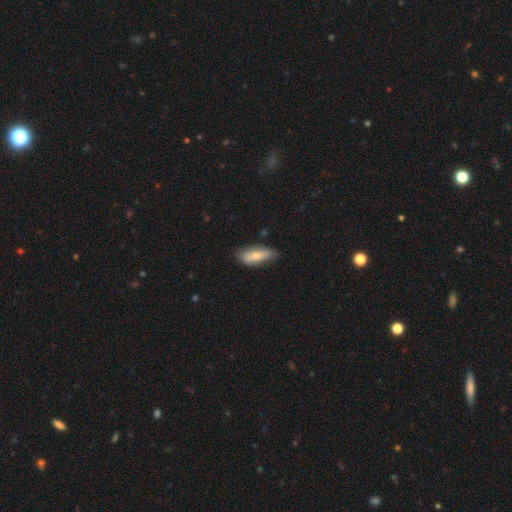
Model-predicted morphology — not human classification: This appears to be a smooth galaxy with no disk features (64%) that is in between round and cigar-shaped (79%). Merging: none (71%).